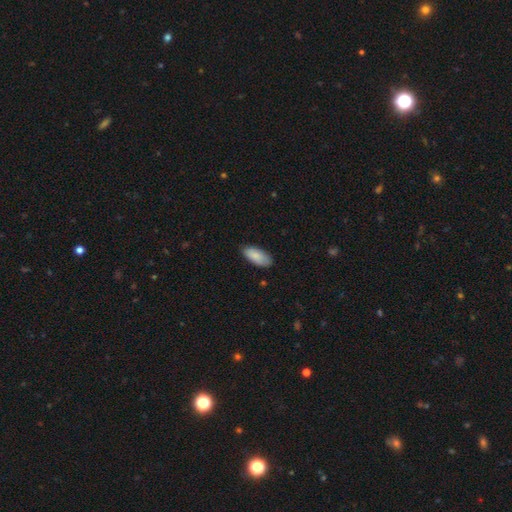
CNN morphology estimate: smooth_or_featured: smooth (p=0.86) [alt: featured or disk p=0.08]
how_rounded: in between (p=0.88) [alt: cigar-shaped p=0.10]
merging: none (p=0.81) [alt: minor disturbance p=0.16]